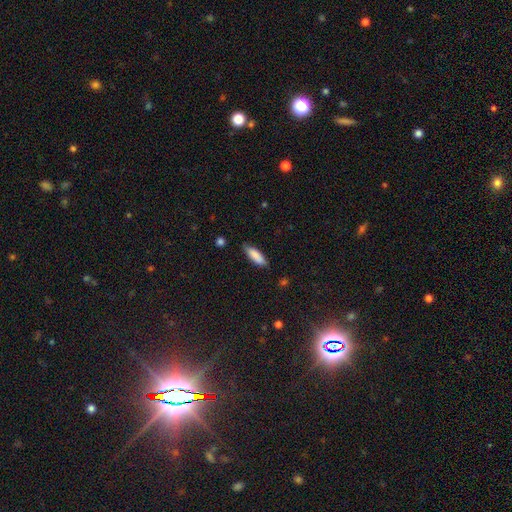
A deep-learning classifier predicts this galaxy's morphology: The model was most divided on "how rounded": in between: 53%, cigar-shaped: 46%, round: 2%. More confident: smooth or featured — smooth (85%); merging — none (79%).